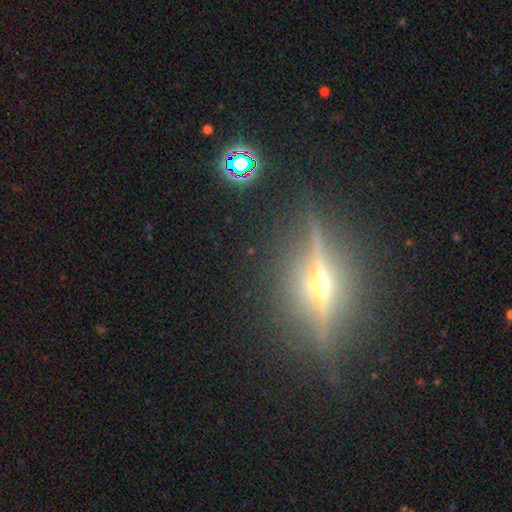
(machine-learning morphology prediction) The model was most divided on "smooth or featured": featured or disk: 84%, star or artifact: 9%, smooth: 7%. More confident: edge-on disk — yes (96%); edge-on bulge — rounded (95%); merging — none (87%).